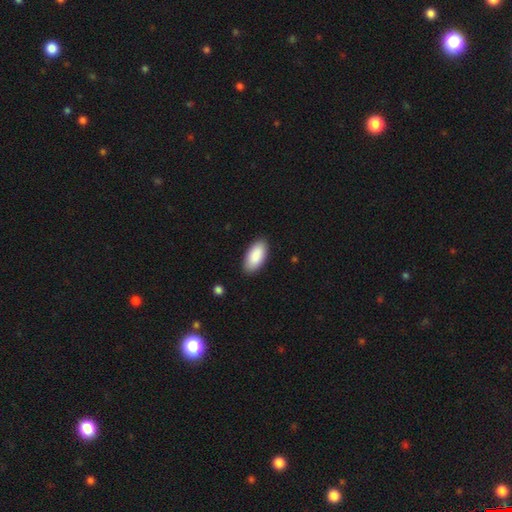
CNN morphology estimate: A smooth galaxy with no disk features (90%) that is in between round and cigar-shaped (94%).

Vote fractions:
- Smooth or featured? smooth: 90% / star or artifact: 5% / featured or disk: 5%
- How rounded? in between: 94% / cigar-shaped: 4% / round: 2%
- Merging? none: 88% / minor disturbance: 9% / major disturbance: 2% / merger: 1%